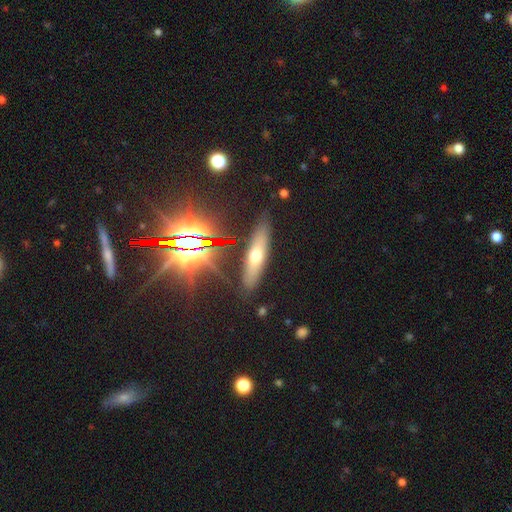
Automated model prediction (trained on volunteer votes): The model was most divided on "smooth or featured": smooth: 47%, featured or disk: 38%, star or artifact: 15%. More confident: merging — none (84%).